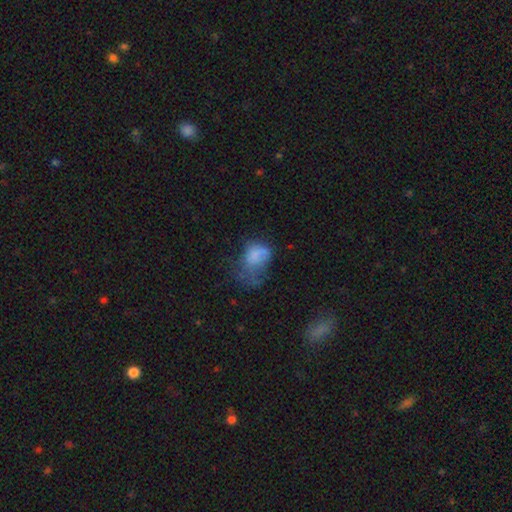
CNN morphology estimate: The model was most divided on "merging": major disturbance: 53%, minor disturbance: 23%, none: 19%, merger: 5%. More confident: how rounded — in between (74%); smooth or featured — smooth (64%).